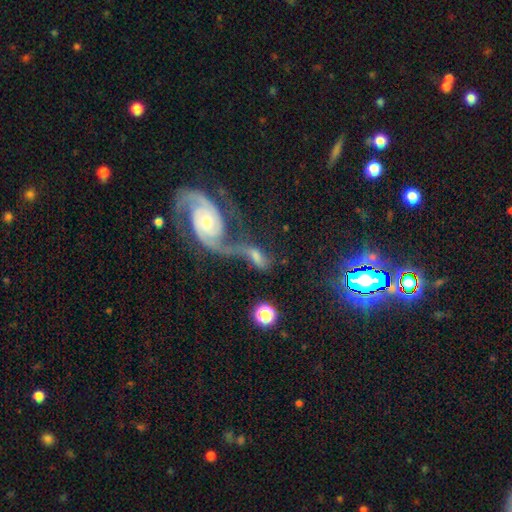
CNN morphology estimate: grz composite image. It shows a featured or disk galaxy (69%) with no bar (59%), 2 (84%) loose (40%) spiral arms (89%) and a moderate central bulge (45%). Merging: merger (53%).